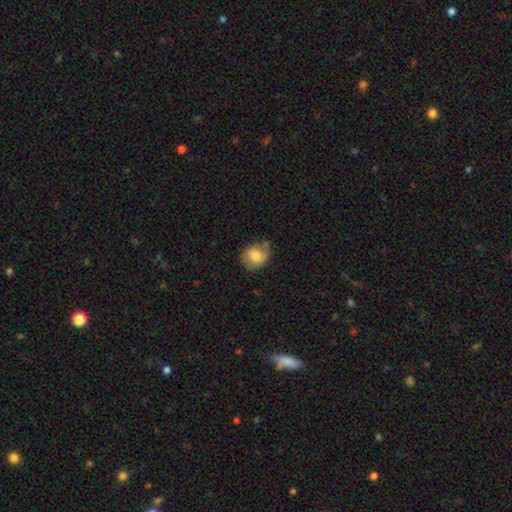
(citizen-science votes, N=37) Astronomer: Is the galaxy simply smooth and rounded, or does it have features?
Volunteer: smooth — 89%.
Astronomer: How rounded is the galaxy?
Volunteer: round — 91%.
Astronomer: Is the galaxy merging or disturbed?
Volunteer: none — 64%.